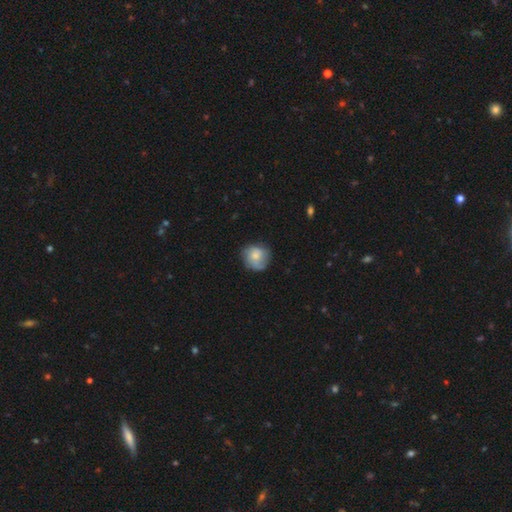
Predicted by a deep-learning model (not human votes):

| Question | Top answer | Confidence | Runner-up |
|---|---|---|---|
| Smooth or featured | smooth | 66% | featured or disk (26%) |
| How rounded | round | 85% | in between (14%) |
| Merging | none | 71% | minor disturbance (22%) |